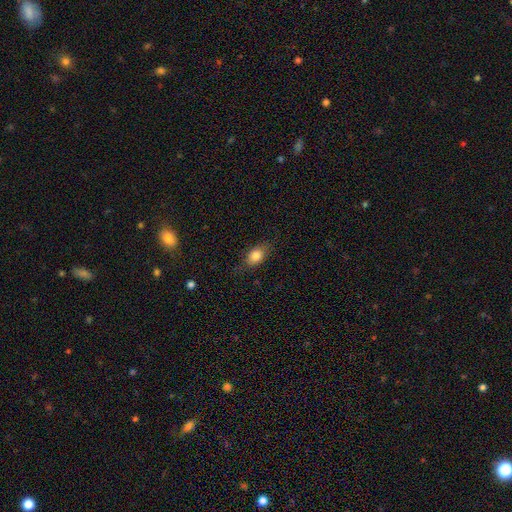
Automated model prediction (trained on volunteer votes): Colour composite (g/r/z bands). It shows a smooth galaxy with no disk features (80%) that is in between round and cigar-shaped (75%). Merging: none (74%).